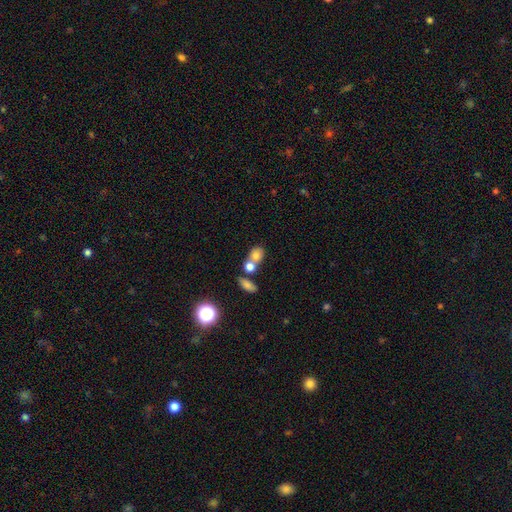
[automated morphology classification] A smooth galaxy with no disk features (74%) that is in between round and cigar-shaped (53%). Merging: merger (48%).